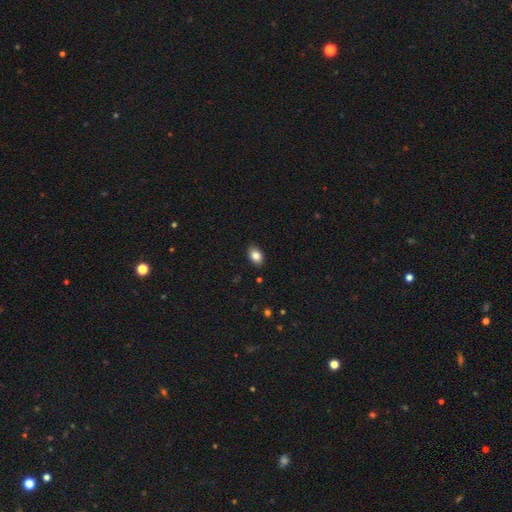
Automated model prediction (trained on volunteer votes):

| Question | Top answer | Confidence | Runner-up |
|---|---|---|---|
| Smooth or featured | smooth | 85% | star or artifact (9%) |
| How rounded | in between | 82% | round (17%) |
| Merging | none | 89% | minor disturbance (9%) |